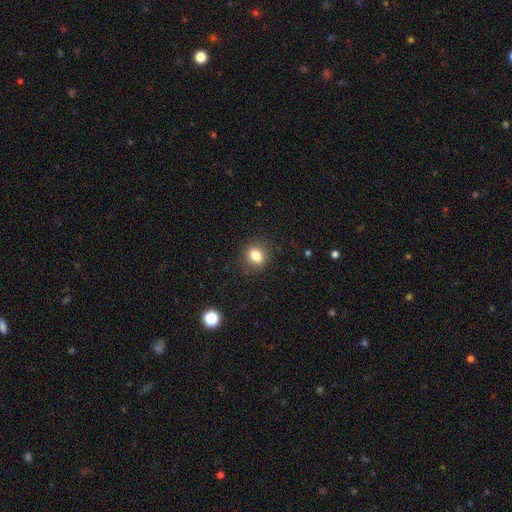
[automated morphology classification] type=smooth (83%); roundness=round (53%); merging=none (87%).